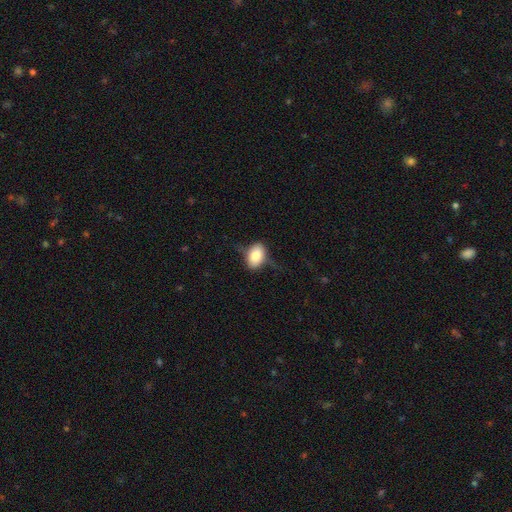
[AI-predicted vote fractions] smooth_or_featured: smooth (p=0.74) [alt: featured or disk p=0.19]
how_rounded: in between (p=0.85) [alt: round p=0.13]
merging: none (p=0.54) [alt: minor disturbance p=0.28]